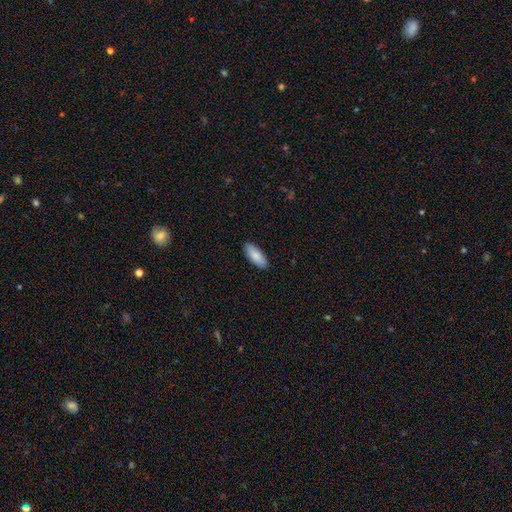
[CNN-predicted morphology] Overall: smooth (87%). How rounded: in between (80%). Merging: none (90%).